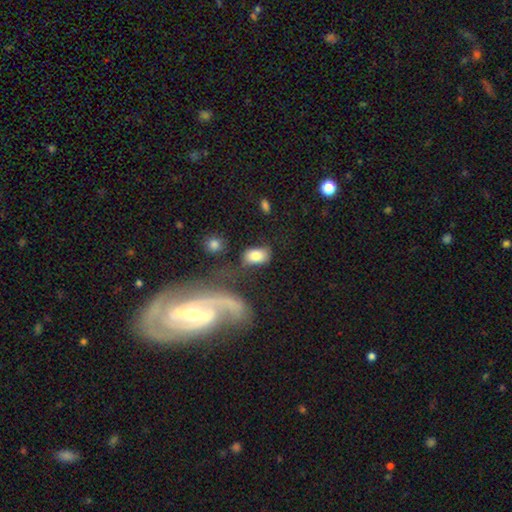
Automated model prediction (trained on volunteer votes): Smooth or featured? smooth (79%)
How rounded? in between (88%)
Merging? none (59%)